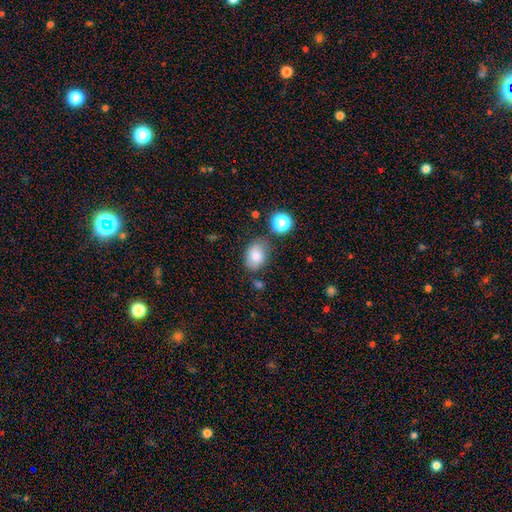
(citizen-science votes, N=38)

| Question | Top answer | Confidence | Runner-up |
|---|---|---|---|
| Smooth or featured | smooth | 87% | featured or disk (13%) |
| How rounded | in between | 52% | round (48%) |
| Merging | none | 55% | minor disturbance (32%) |